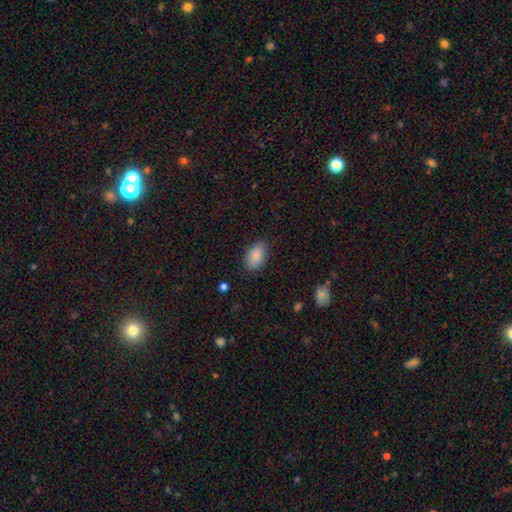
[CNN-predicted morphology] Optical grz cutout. It shows a smooth galaxy with no disk features (86%) that is in between round and cigar-shaped (92%). Merging: none (80%).